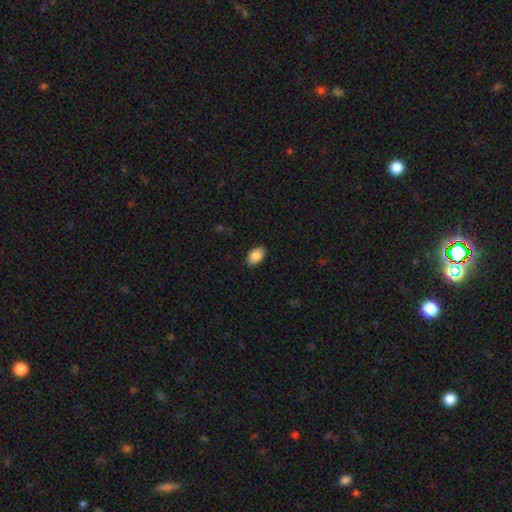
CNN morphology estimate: Q: Smooth or featured?
A: smooth (88%); runner-up: star or artifact (7%)
Q: How rounded?
A: in between (88%); runner-up: round (10%)
Q: Merging?
A: none (88%); runner-up: minor disturbance (9%)